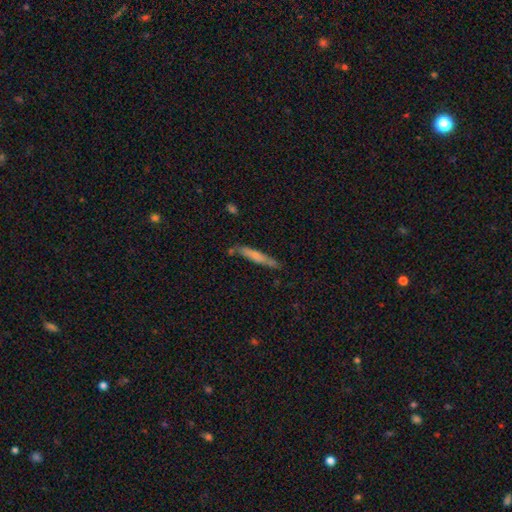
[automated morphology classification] smooth_or_featured: smooth (p=0.59) [alt: featured or disk p=0.35]
how_rounded: cigar-shaped (p=0.92) [alt: in between p=0.06]
merging: none (p=0.72) [alt: minor disturbance p=0.19]